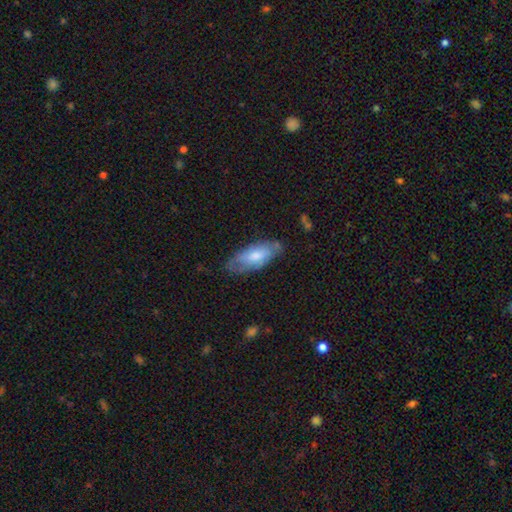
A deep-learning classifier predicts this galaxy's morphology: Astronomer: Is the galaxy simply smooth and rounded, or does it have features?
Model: smooth — 61%.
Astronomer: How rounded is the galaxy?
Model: in between — 81%.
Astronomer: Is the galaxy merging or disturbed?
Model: none — 64%.